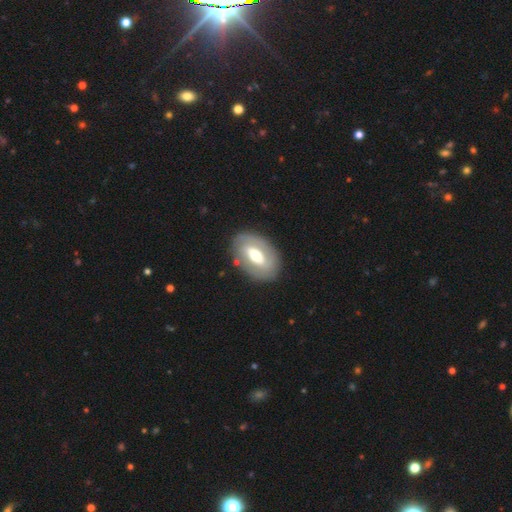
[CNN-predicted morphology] Overall: featured or disk (54%; smooth 40%). Edge-on disk: no (89%). Merging: none (81%).